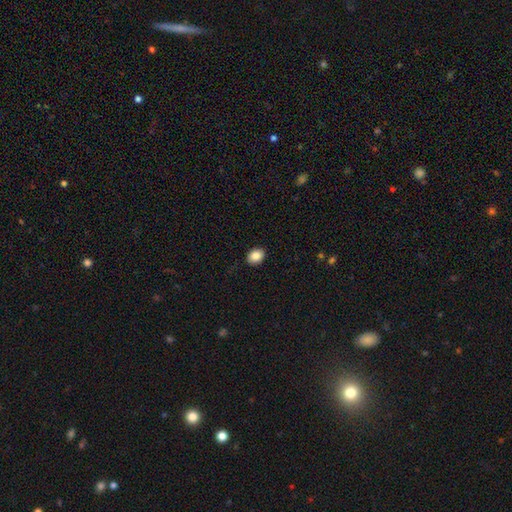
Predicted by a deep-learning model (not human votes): Smooth or featured? smooth (86%)
How rounded? in between (67%)
Merging? none (89%)